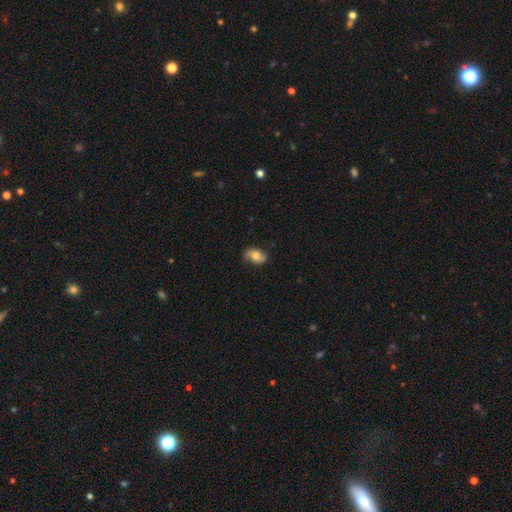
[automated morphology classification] This appears to be a smooth galaxy with no disk features (53%) that is in between round and cigar-shaped (84%). Merging: none (74%).